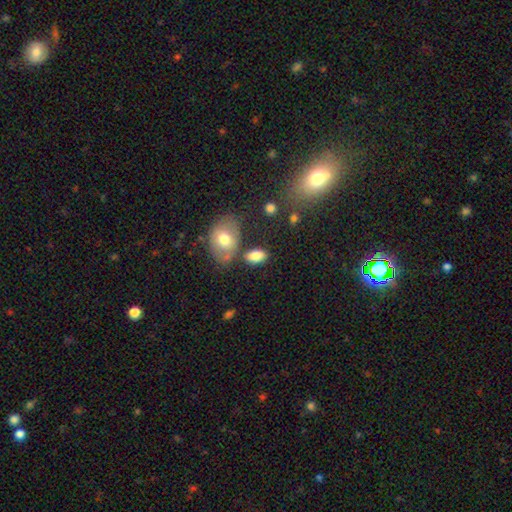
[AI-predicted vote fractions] Morphology: type=smooth (83%); roundness=in between (89%); merging=none (66%).